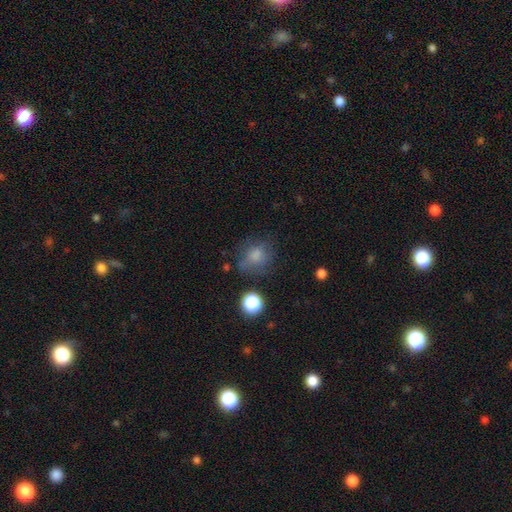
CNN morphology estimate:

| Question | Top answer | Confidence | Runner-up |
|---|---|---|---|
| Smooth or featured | smooth | 72% | star or artifact (15%) |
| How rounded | round | 62% | in between (37%) |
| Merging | none | 56% | minor disturbance (24%) |